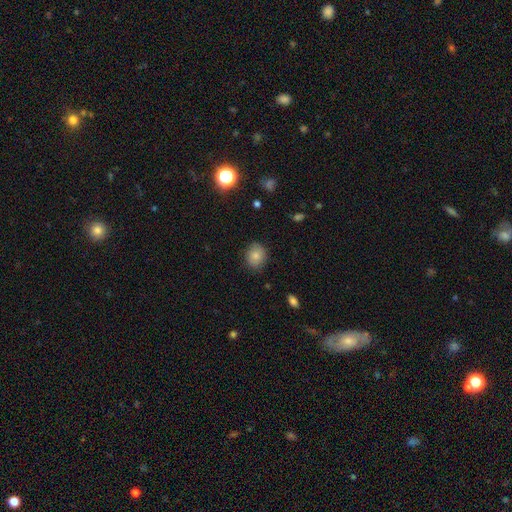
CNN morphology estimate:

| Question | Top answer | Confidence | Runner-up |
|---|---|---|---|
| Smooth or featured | smooth | 82% | star or artifact (10%) |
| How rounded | round | 66% | in between (33%) |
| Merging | none | 85% | minor disturbance (12%) |